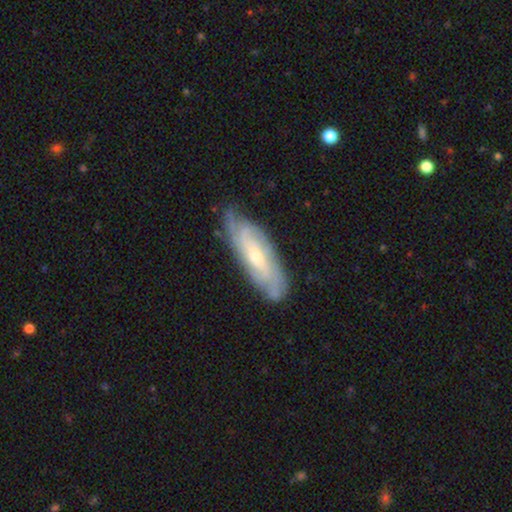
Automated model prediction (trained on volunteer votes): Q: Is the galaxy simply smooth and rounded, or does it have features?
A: featured or disk — 73%.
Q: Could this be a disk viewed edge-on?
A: no — 81%.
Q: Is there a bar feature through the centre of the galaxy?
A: no — 57%.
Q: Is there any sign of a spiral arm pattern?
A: yes — 90%.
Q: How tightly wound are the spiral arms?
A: tight — 61%.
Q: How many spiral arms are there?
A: can't tell — 50%.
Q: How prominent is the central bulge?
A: small — 53%.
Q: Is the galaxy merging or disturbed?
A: none — 74%.